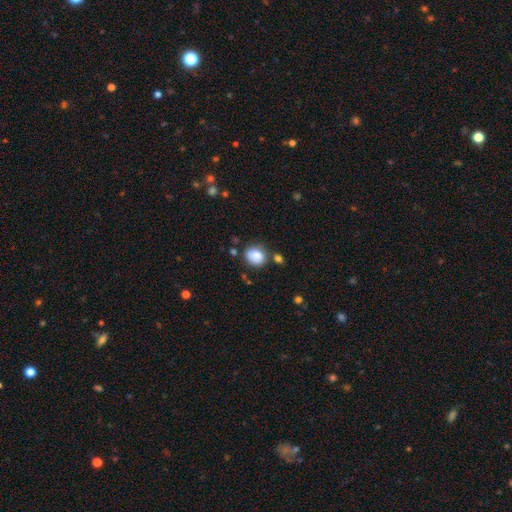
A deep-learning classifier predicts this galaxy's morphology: Overall: smooth (84%). How rounded: round (55%; in between 44%). Merging: none (69%).